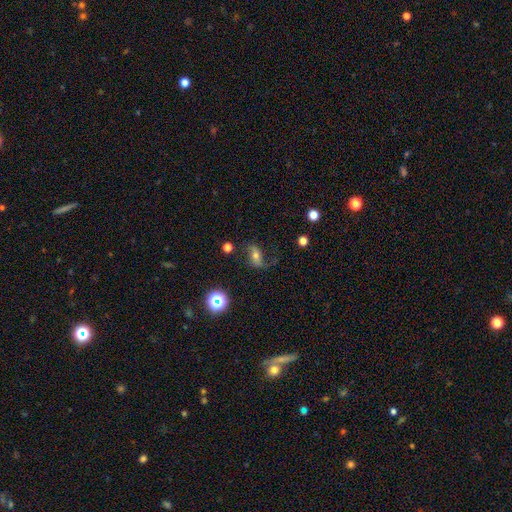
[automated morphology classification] Smooth or featured? Predicted: featured or disk (p=0.61). Edge-on disk? Predicted: no (p=0.93). Bar? Predicted: no (p=0.48). Spiral arms? Predicted: yes (p=0.86). Bulge size? Predicted: moderate (p=0.58). Merging? Predicted: none (p=0.62).